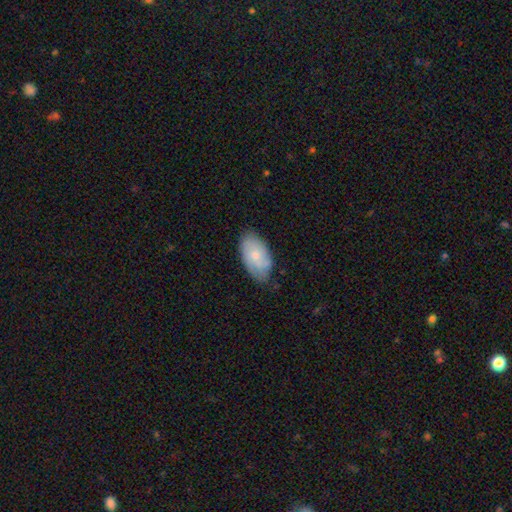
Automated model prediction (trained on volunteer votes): This appears to be a smooth galaxy with no disk features (61%) that is in between round and cigar-shaped (94%). Merging: none (72%).